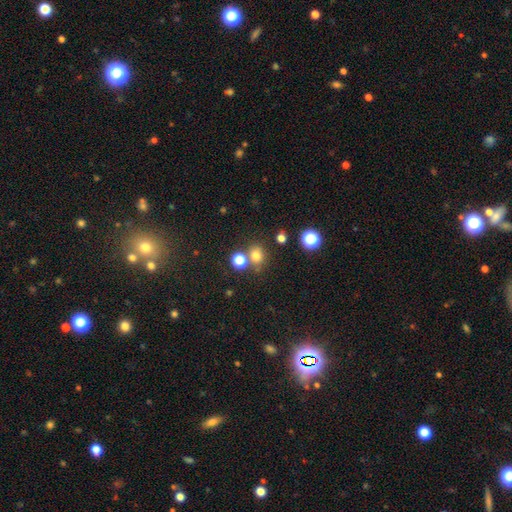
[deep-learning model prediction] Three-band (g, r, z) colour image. It shows a smooth galaxy with no disk features (74%) that is round (70%). Merging: none (69%).